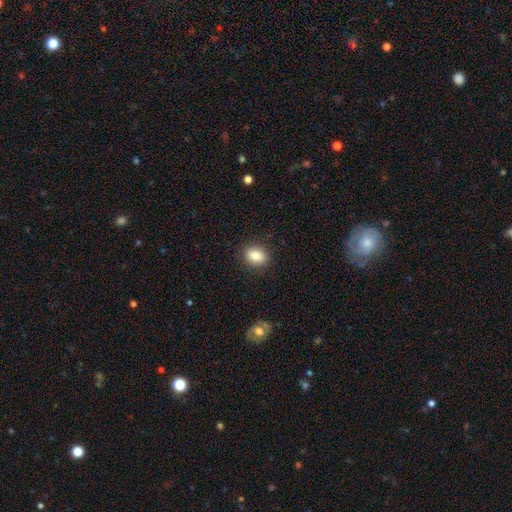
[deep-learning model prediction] smooth 82%, star or artifact 9%, featured or disk 8%. Down the decision tree: how rounded — in between (51%); merging — none (89%).